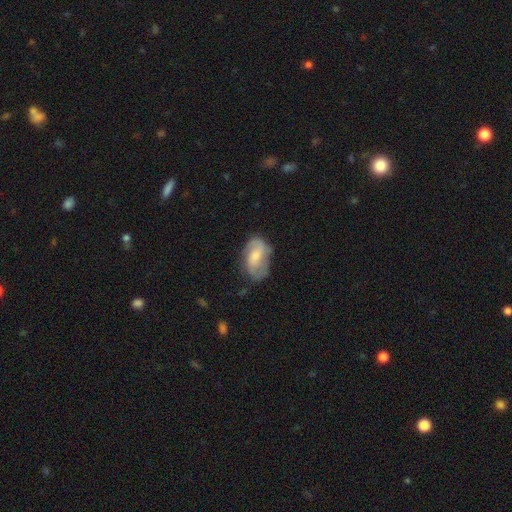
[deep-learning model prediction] smooth-or-featured: featured or disk: 57% | smooth: 36% | star or artifact: 7%
  disk-edge-on: no: 96% | yes: 4%
    bar: no: 48% | weak: 41% | strong: 11%
    has-spiral-arms: yes: 84% | no: 16%
    bulge-size: small: 44% | moderate: 40% | none: 8% | large: 6% | dominant: 1%
  merging: none: 58% | minor disturbance: 28% | major disturbance: 12% | merger: 2%